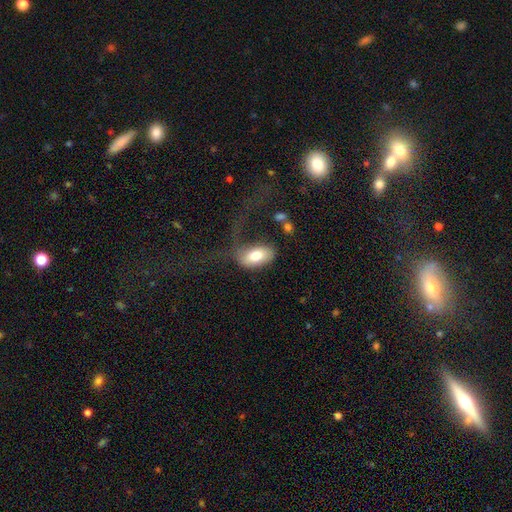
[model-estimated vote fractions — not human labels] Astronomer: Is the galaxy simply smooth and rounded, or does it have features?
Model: smooth — 77%.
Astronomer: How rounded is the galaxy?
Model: in between — 93%.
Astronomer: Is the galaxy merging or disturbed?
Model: major disturbance — 44% (runner-up: none, 31%).